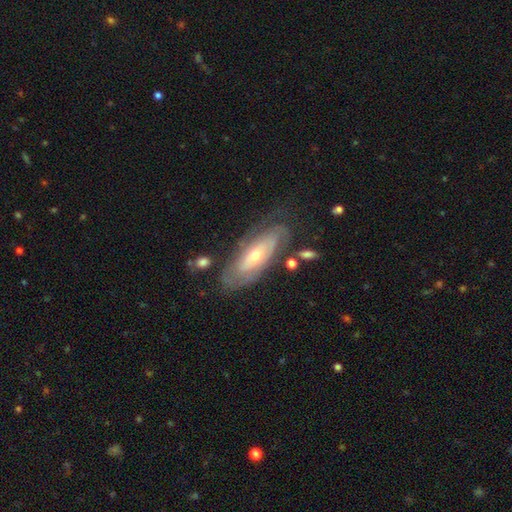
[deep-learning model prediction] Q: Smooth or featured?
A: featured or disk (70%); runner-up: smooth (24%)
Q: Edge-on disk?
A: no (82%); runner-up: yes (18%)
Q: Bar?
A: no (69%); runner-up: weak (22%)
Q: Spiral arms?
A: yes (75%); runner-up: no (25%)
Q: Bulge size?
A: moderate (50%); runner-up: small (45%)
Q: Merging?
A: none (69%); runner-up: minor disturbance (19%)